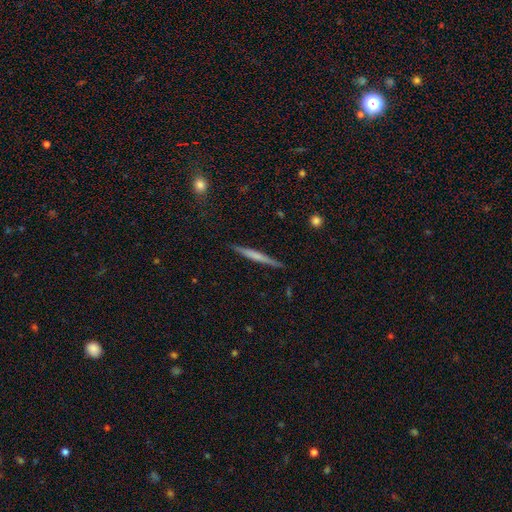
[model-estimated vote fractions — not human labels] featured or disk 48%, smooth 45%, star or artifact 6%. Down the decision tree: merging — none (90%).